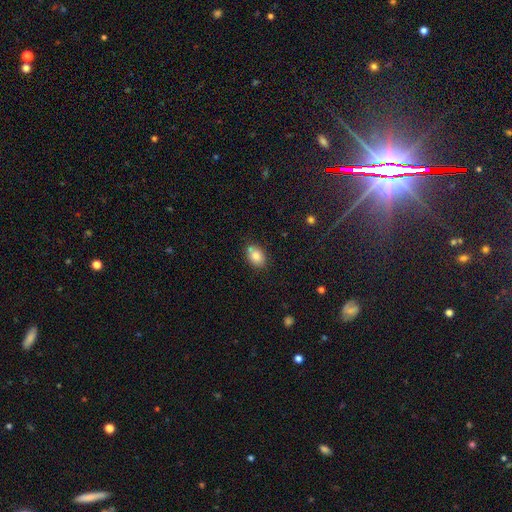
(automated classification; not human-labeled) Overall: smooth (81%). How rounded: in between (75%). Merging: none (68%).